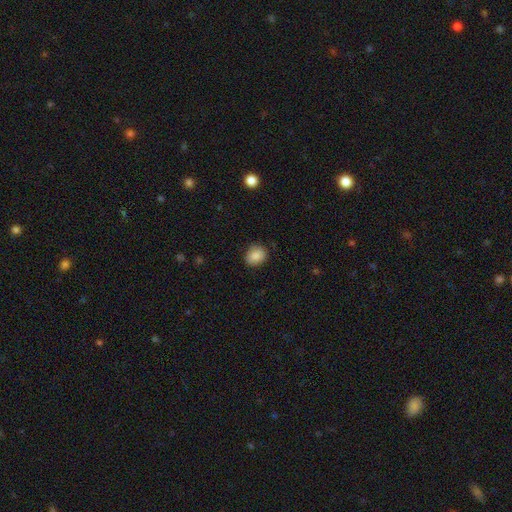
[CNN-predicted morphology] A smooth galaxy with no disk features (88%) that is round (54%). Merging: none (85%).